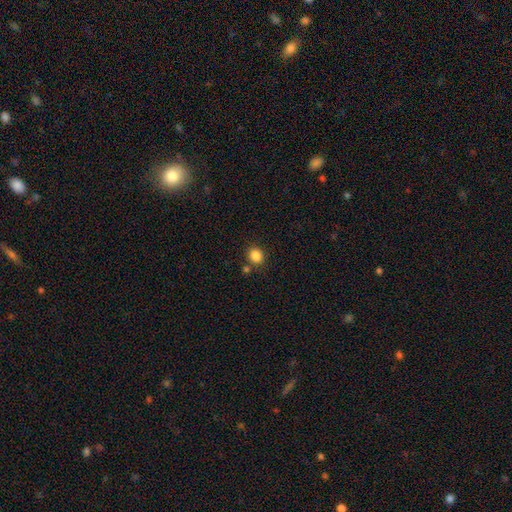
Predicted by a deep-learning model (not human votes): Smooth or featured? smooth (86%)
How rounded? round (69%)
Merging? none (79%)